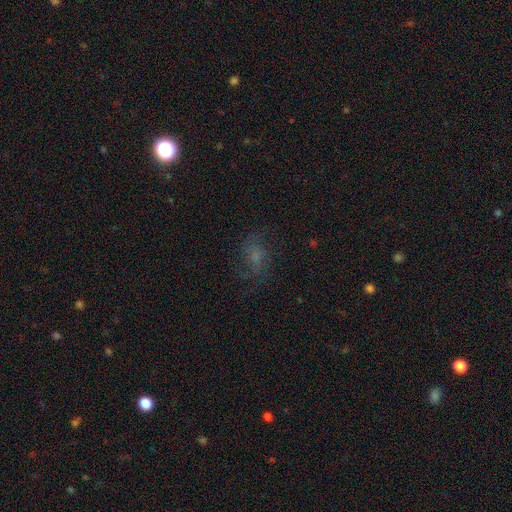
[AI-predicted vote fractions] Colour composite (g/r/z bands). It shows a featured or disk galaxy (42%). Merging: none (63%).